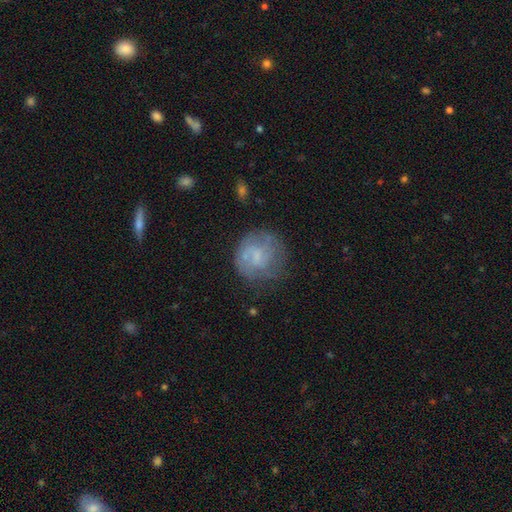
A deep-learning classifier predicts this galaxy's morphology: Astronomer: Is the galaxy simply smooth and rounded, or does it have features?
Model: featured or disk — 49% (runner-up: smooth, 42%).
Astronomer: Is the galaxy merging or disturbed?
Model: none — 63%.